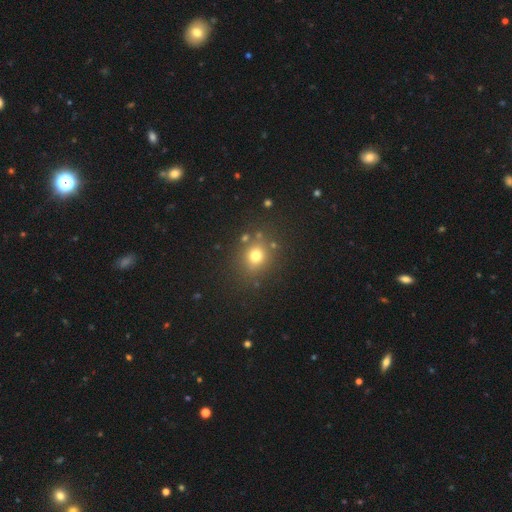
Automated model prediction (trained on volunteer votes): A smooth galaxy with no disk features (73%) that is round (78%).

Vote fractions:
- Smooth or featured? smooth: 73% / star or artifact: 18% / featured or disk: 9%
- How rounded? round: 78% / in between: 21% / cigar-shaped: 1%
- Merging? none: 80% / minor disturbance: 10% / merger: 6% / major disturbance: 4%